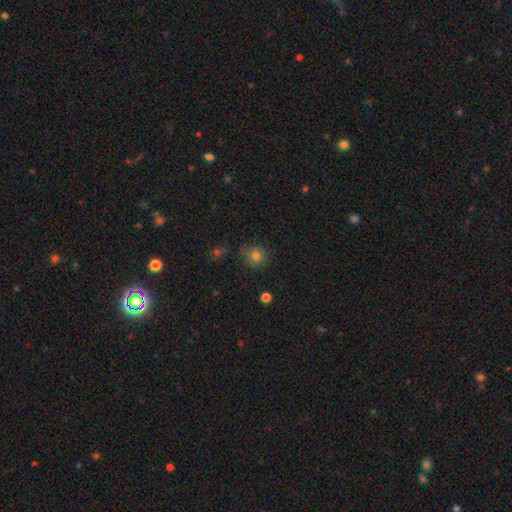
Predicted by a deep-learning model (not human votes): Smooth or featured? Predicted: smooth (p=0.78). How rounded? Predicted: round (p=0.90). Merging? Predicted: none (p=0.79).